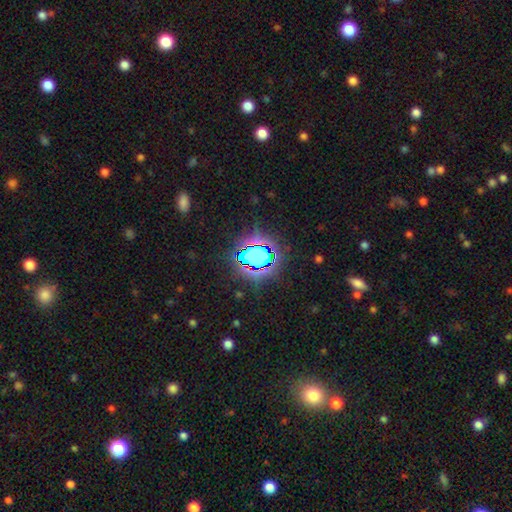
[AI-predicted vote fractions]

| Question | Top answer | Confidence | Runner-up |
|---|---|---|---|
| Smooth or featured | star or artifact | 68% | smooth (21%) |